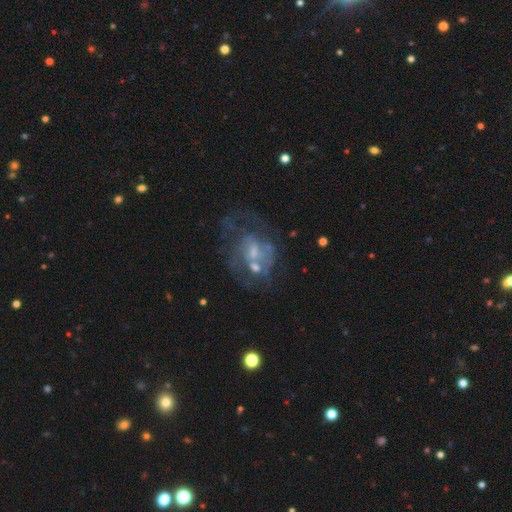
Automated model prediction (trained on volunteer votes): featured or disk 67%, smooth 18%, star or artifact 14%. Down the decision tree: edge-on disk — no (97%); bar — no (72%); spiral arms — no (52%); bulge size — small (49%); merging — none (40%).